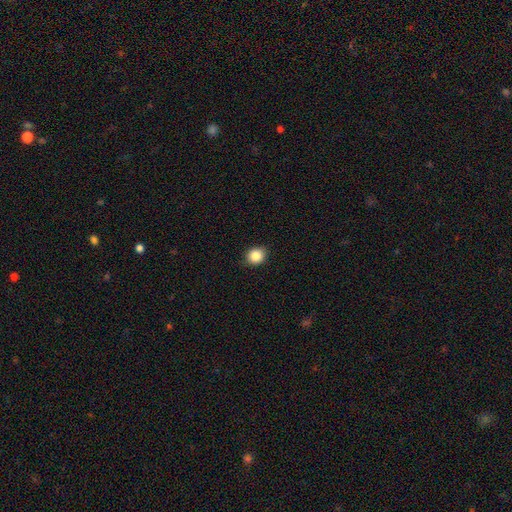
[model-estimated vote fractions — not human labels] A smooth galaxy with no disk features (87%) that is round (70%).

Vote fractions:
- Smooth or featured? smooth: 87% / star or artifact: 9% / featured or disk: 4%
- How rounded? round: 70% / in between: 29% / cigar-shaped: 1%
- Merging? none: 87% / minor disturbance: 10% / major disturbance: 2% / merger: 1%